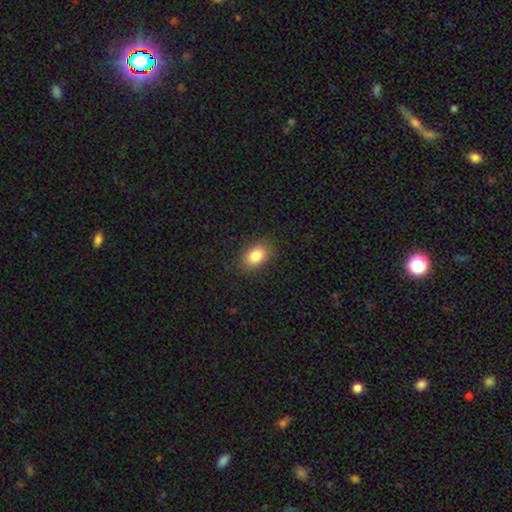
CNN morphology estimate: type=smooth (84%); roundness=in between (80%); merging=none (86%).